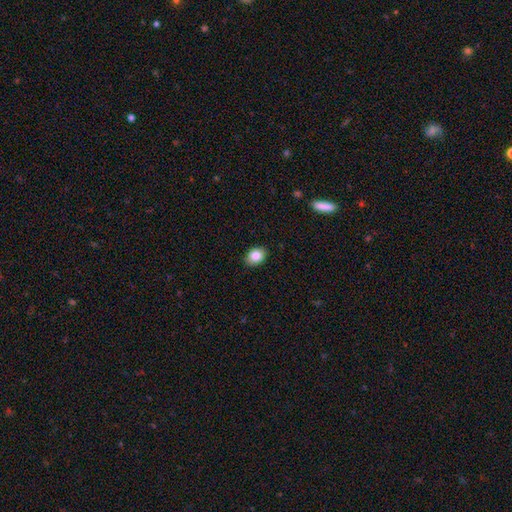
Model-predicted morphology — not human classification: A smooth galaxy with no disk features (86%) that is in between round and cigar-shaped (70%).

Vote fractions:
- Smooth or featured? smooth: 86% / star or artifact: 8% / featured or disk: 6%
- How rounded? in between: 70% / round: 29% / cigar-shaped: 1%
- Merging? none: 88% / minor disturbance: 9% / major disturbance: 2% / merger: 1%